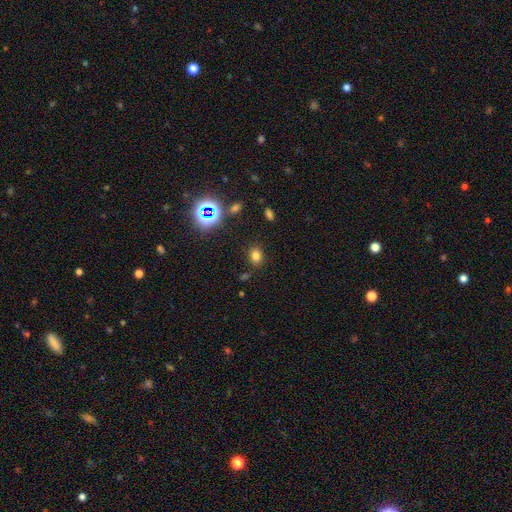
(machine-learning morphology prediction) Overall: smooth (73%). How rounded: in between (53%; round 46%). Merging: none (83%).